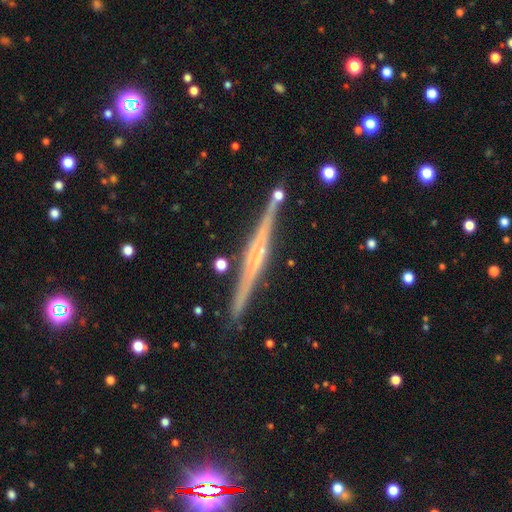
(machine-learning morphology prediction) Smooth or featured? Predicted: featured or disk (p=0.79). Edge-on disk? Predicted: yes (p=0.98). Edge-on bulge? Predicted: rounded (p=0.43). Merging? Predicted: none (p=0.88).